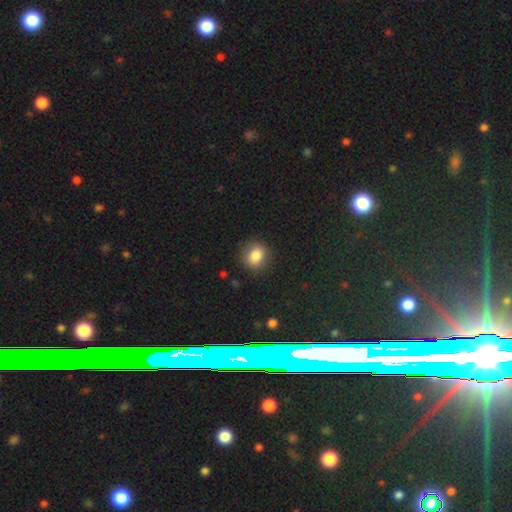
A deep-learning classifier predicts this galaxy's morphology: smooth-or-featured: smooth: 84% | star or artifact: 10% | featured or disk: 6%
  how-rounded: round: 70% | in between: 29% | cigar-shaped: 1%
  merging: none: 85% | minor disturbance: 10% | major disturbance: 3% | merger: 1%